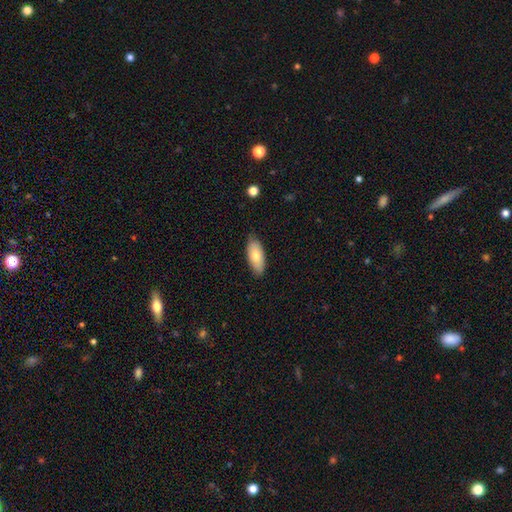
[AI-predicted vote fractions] smooth 74%, featured or disk 19%, star or artifact 6%. Down the decision tree: how rounded — in between (84%); merging — none (84%).